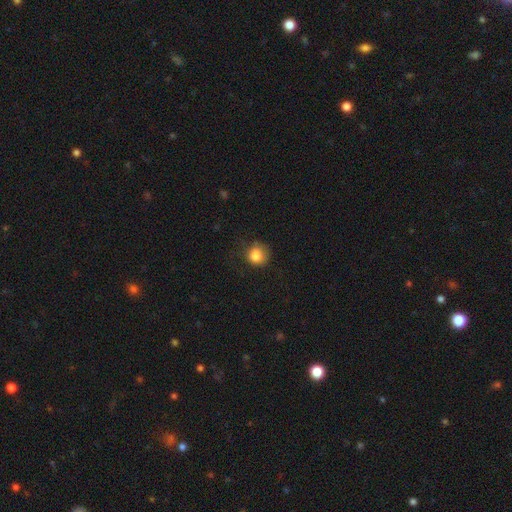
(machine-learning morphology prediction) Q: Smooth or featured?
A: smooth (82%); runner-up: star or artifact (10%)
Q: How rounded?
A: round (80%); runner-up: in between (19%)
Q: Merging?
A: none (58%); runner-up: minor disturbance (27%)